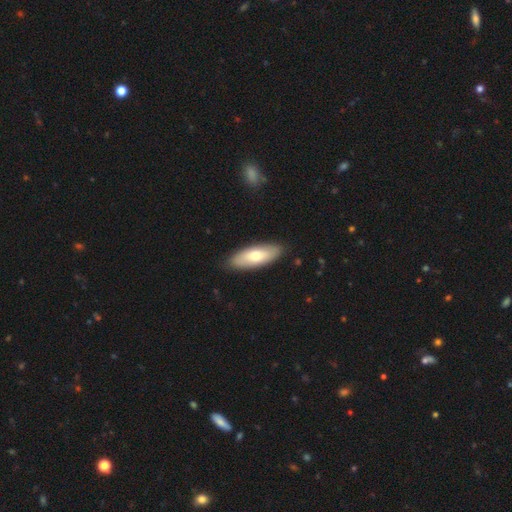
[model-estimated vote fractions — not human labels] Smooth or featured?
  - smooth: 64% *
  - featured or disk: 30%
  - star or artifact: 5%
How rounded?
  - in between: 75% *
  - cigar-shaped: 23%
  - round: 2%
Merging?
  - none: 87% *
  - minor disturbance: 9%
  - major disturbance: 2%
  - merger: 1%